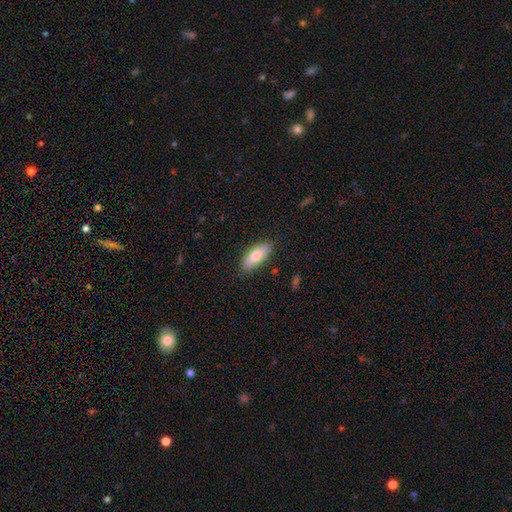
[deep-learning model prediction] This is likely a smooth galaxy (78%). How rounded: clearly in between (81%). Merging: clearly none (84%).